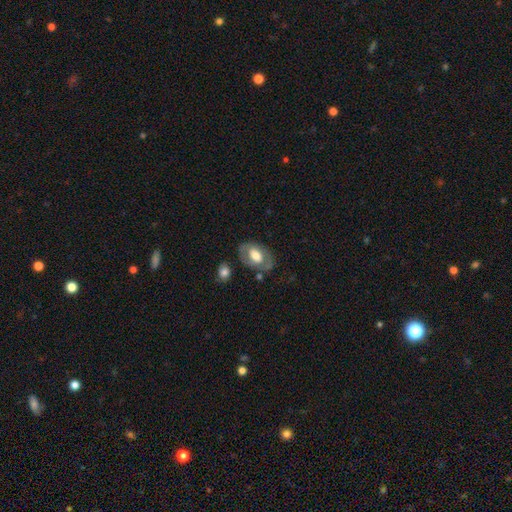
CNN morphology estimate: smooth_or_featured: featured or disk (p=0.50) [alt: smooth p=0.44]
merging: none (p=0.70) [alt: minor disturbance p=0.18]